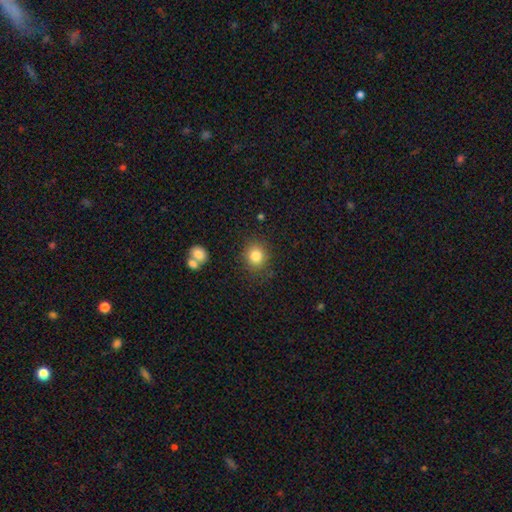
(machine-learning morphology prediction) The model was most divided on "how rounded": round: 81%, in between: 18%, cigar-shaped: 1%. More confident: merging — none (84%); smooth or featured — smooth (82%).